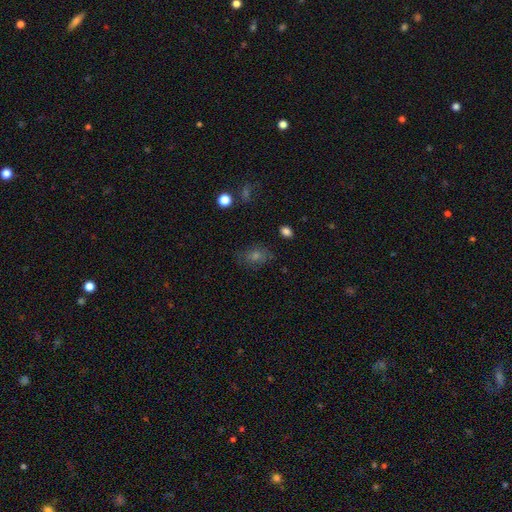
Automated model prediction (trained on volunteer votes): A smooth galaxy with no disk features (50%) that is in between round and cigar-shaped (67%).

Vote fractions:
- Smooth or featured? smooth: 50% / star or artifact: 29% / featured or disk: 21%
- How rounded? in between: 67% / round: 31% / cigar-shaped: 3%
- Merging? none: 76% / minor disturbance: 15% / major disturbance: 6% / merger: 2%